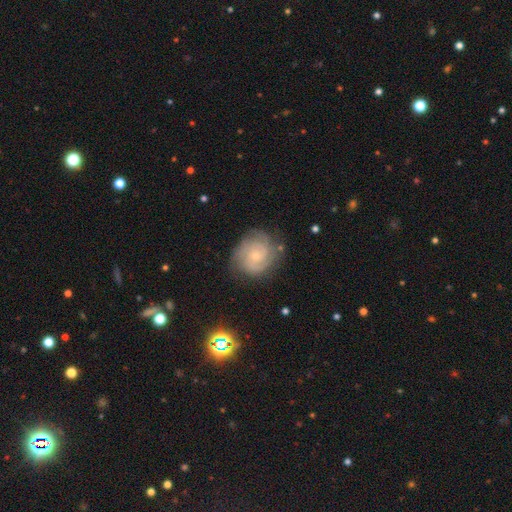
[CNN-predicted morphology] Q: Smooth or featured?
A: featured or disk (80%); runner-up: smooth (14%)
Q: Edge-on disk?
A: no (98%); runner-up: yes (2%)
Q: Bar?
A: no (75%); runner-up: weak (21%)
Q: Spiral arms?
A: yes (95%); runner-up: no (5%)
Q: Spiral winding?
A: tight (68%); runner-up: medium (26%)
Q: Spiral arm count?
A: 2 (38%); runner-up: can't tell (25%)
Q: Bulge size?
A: small (74%); runner-up: moderate (22%)
Q: Merging?
A: none (76%); runner-up: minor disturbance (17%)